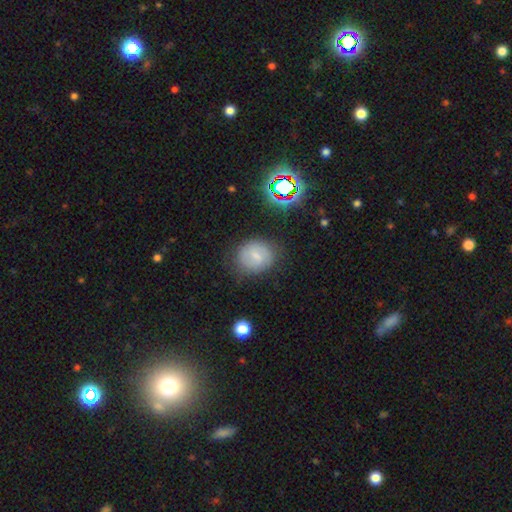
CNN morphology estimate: Smooth or featured?
  - smooth: 61% *
  - featured or disk: 26%
  - star or artifact: 13%
How rounded?
  - round: 70% *
  - in between: 29%
  - cigar-shaped: 1%
Merging?
  - none: 74% *
  - minor disturbance: 18%
  - major disturbance: 6%
  - merger: 2%